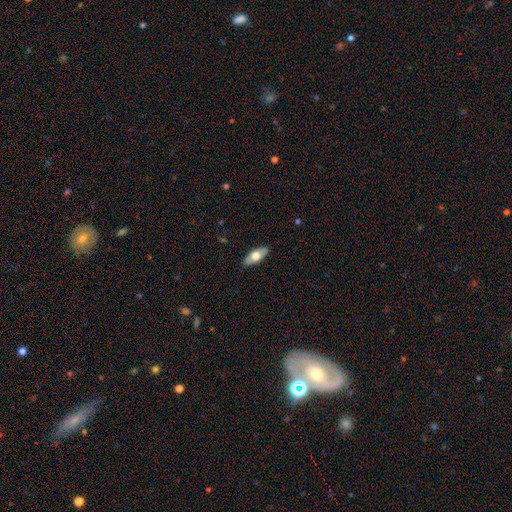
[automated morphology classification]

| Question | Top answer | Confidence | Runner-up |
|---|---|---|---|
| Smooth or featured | smooth | 59% | featured or disk (35%) |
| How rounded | in between | 79% | cigar-shaped (18%) |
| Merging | none | 86% | minor disturbance (11%) |